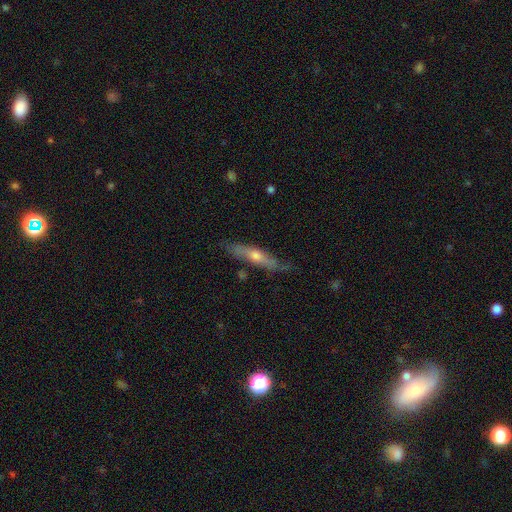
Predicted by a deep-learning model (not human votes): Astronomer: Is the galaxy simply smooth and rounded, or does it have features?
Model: featured or disk — 58% (runner-up: smooth, 35%).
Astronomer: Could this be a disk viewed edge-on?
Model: yes — 79%.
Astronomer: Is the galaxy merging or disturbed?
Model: none — 74%.